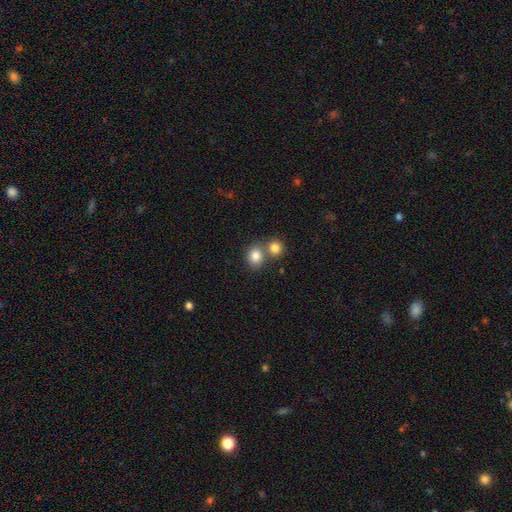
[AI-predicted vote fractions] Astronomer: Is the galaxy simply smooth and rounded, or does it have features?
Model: smooth — 83%.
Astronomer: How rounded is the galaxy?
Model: round — 71%.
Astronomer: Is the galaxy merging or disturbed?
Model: none — 50% (runner-up: merger, 40%).